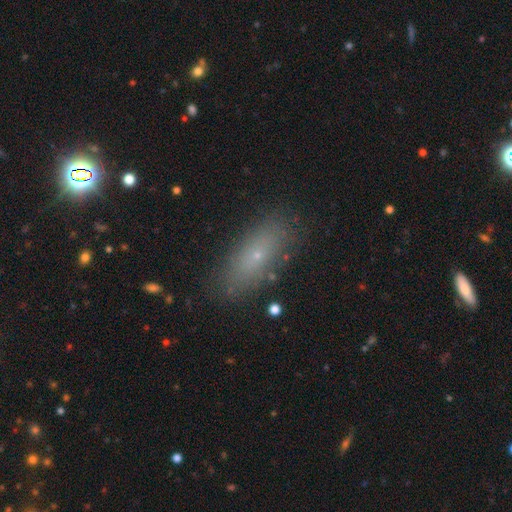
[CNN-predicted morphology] A smooth galaxy with no disk features (64%) that is in between round and cigar-shaped (69%). Merging: none (83%).